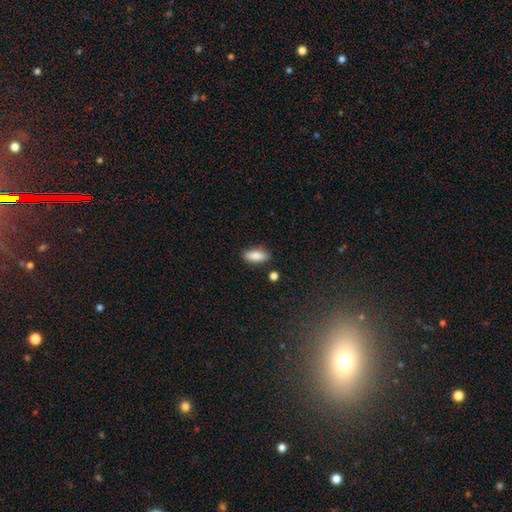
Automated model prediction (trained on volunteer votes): Q: Smooth or featured?
A: smooth (86%); runner-up: featured or disk (7%)
Q: How rounded?
A: in between (80%); runner-up: cigar-shaped (18%)
Q: Merging?
A: none (84%); runner-up: minor disturbance (10%)